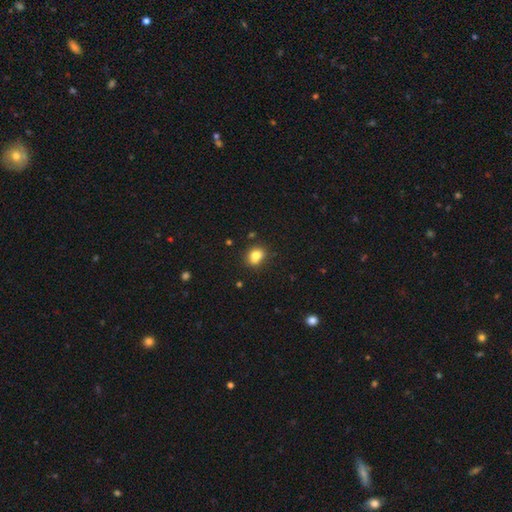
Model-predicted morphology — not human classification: Overall: smooth (81%). How rounded: in between (51%; round 48%). Merging: none (68%).